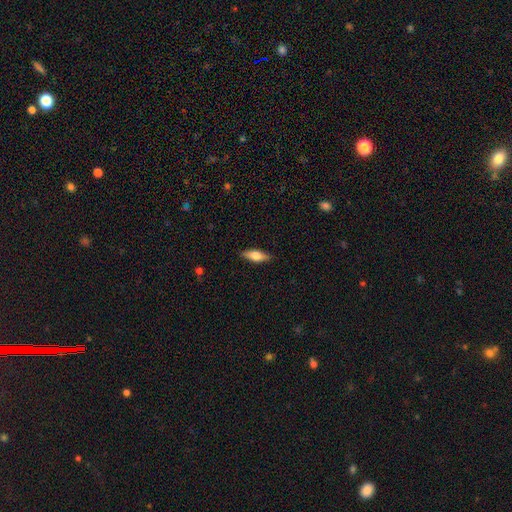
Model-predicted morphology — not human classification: Overall: smooth (68%). How rounded: in between (63%; cigar-shaped 34%). Merging: none (86%).